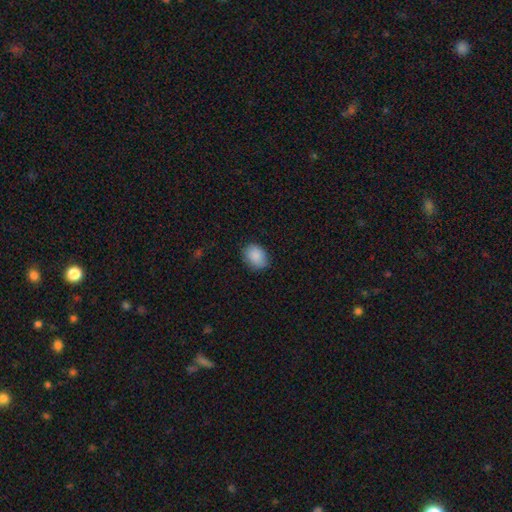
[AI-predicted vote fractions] Smooth or featured? Predicted: smooth (p=0.89). How rounded? Predicted: in between (p=0.67). Merging? Predicted: none (p=0.82).